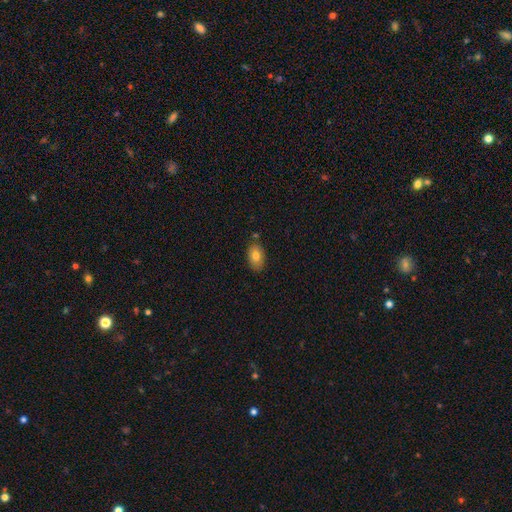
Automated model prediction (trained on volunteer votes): Smooth or featured?
  - smooth: 80% *
  - featured or disk: 12%
  - star or artifact: 8%
How rounded?
  - in between: 87% *
  - round: 12%
  - cigar-shaped: 1%
Merging?
  - none: 79% *
  - minor disturbance: 14%
  - merger: 5%
  - major disturbance: 3%